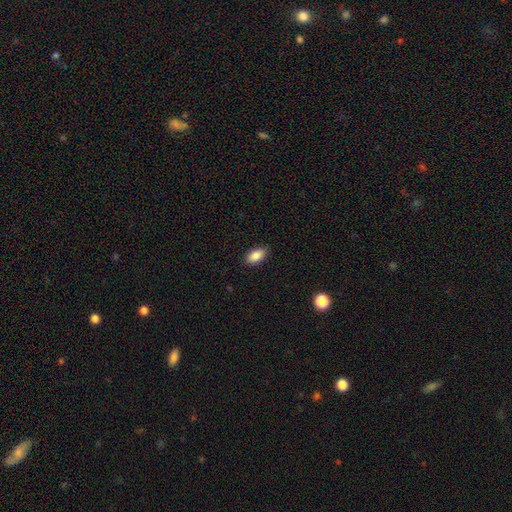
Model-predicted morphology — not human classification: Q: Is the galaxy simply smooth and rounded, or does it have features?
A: smooth — 88%.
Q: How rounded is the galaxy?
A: in between — 92%.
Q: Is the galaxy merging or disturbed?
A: none — 87%.